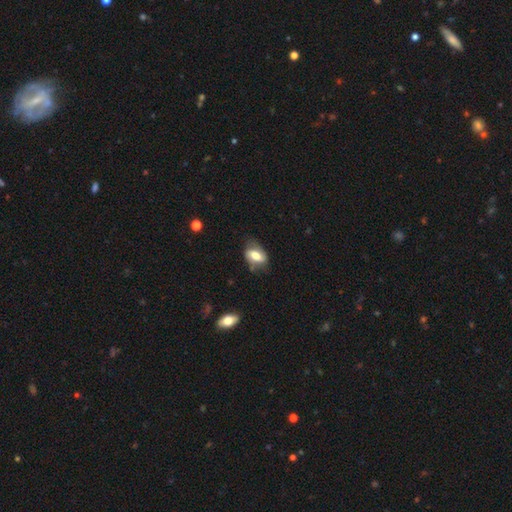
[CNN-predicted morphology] Overall: smooth (55%; featured or disk 38%). How rounded: in between (85%). Merging: none (61%; minor disturbance 27%).